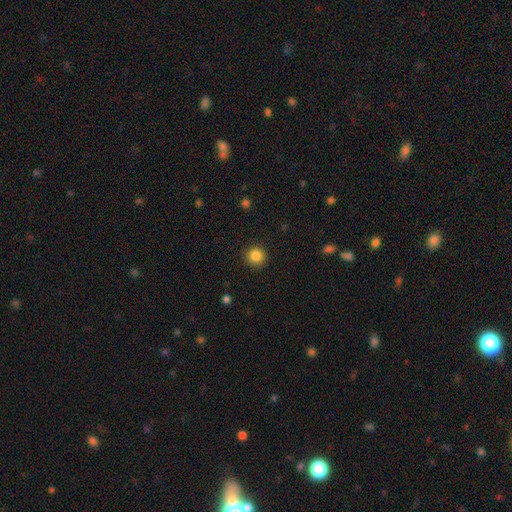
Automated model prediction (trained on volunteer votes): Smooth or featured?
  - smooth: 86% *
  - star or artifact: 10%
  - featured or disk: 4%
How rounded?
  - round: 94% *
  - in between: 5%
  - cigar-shaped: 1%
Merging?
  - none: 91% *
  - minor disturbance: 6%
  - major disturbance: 2%
  - merger: 1%